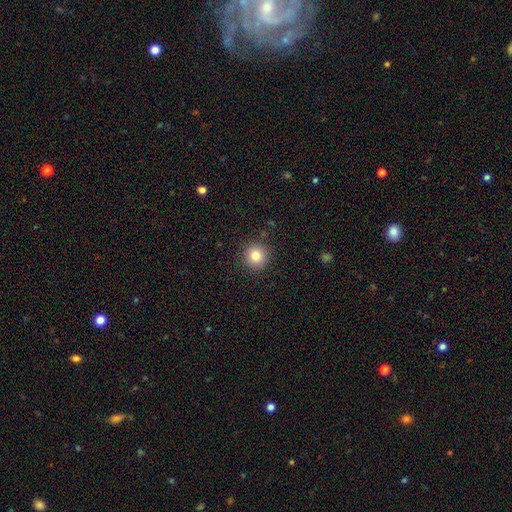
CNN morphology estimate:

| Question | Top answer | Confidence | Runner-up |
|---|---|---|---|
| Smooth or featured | smooth | 81% | star or artifact (12%) |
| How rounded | round | 95% | in between (4%) |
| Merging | none | 90% | minor disturbance (6%) |